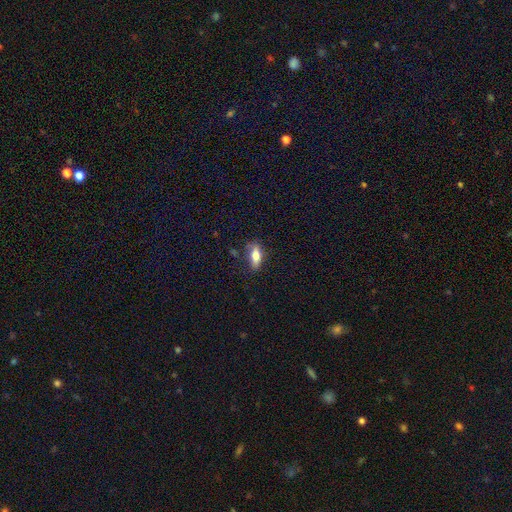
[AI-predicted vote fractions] This is likely a smooth galaxy (69%). How rounded: likely in between (70%). Merging: likely none (71%).